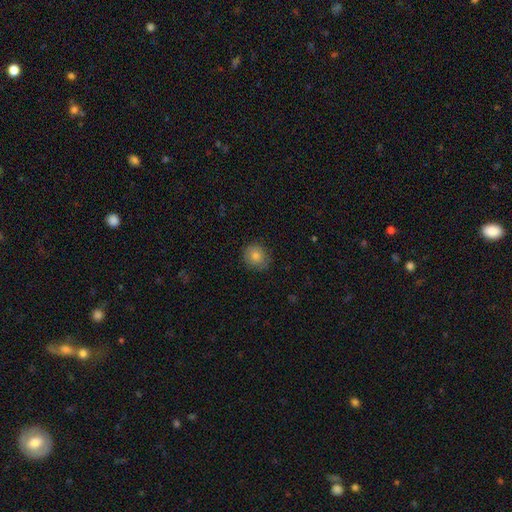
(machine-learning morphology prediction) Overall: smooth (82%). How rounded: round (80%). Merging: none (83%).